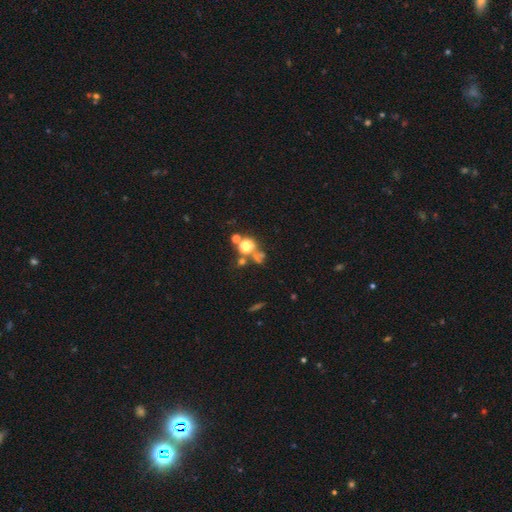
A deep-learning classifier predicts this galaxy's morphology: A star or artifact, not a galaxy (54%).